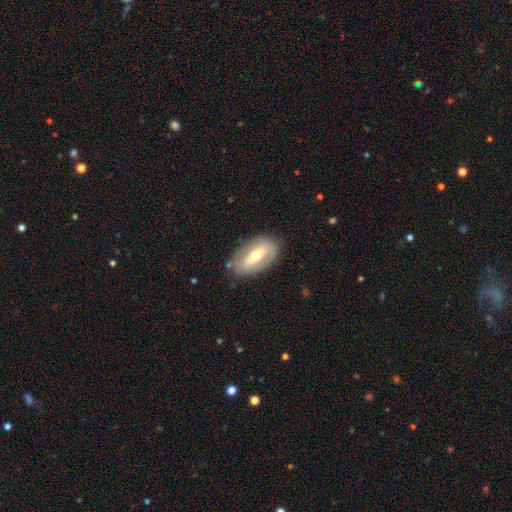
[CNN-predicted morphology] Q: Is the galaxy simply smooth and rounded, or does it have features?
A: featured or disk — 60%.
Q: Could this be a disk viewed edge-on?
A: no — 84%.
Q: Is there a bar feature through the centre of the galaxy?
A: strong — 55%.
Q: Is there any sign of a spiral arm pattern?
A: no — 65%.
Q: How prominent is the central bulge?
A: moderate — 62%.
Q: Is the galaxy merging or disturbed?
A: none — 82%.